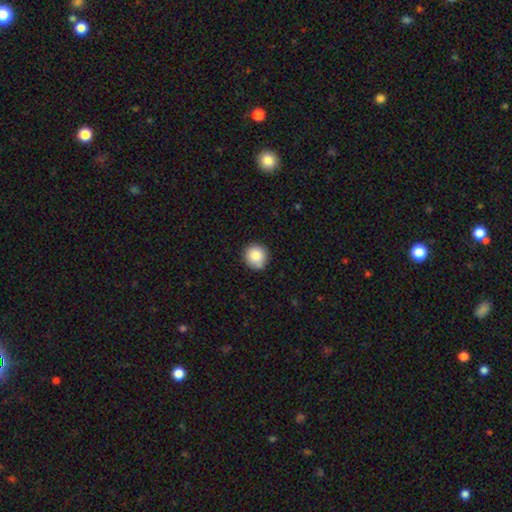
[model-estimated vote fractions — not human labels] Smooth or featured? smooth (86%)
How rounded? round (92%)
Merging? none (82%)